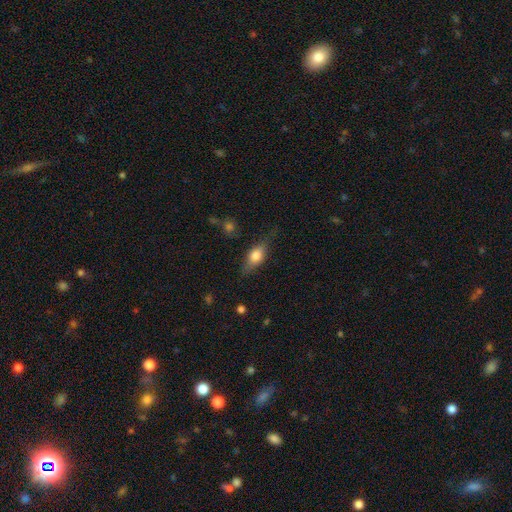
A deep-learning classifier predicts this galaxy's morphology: A smooth galaxy with no disk features (68%) that is in between round and cigar-shaped (76%).

Vote fractions:
- Smooth or featured? smooth: 68% / featured or disk: 24% / star or artifact: 8%
- How rounded? in between: 76% / cigar-shaped: 17% / round: 7%
- Merging? none: 68% / minor disturbance: 23% / major disturbance: 7% / merger: 2%